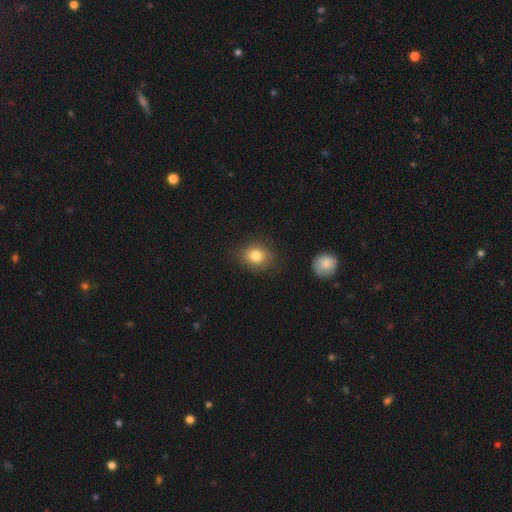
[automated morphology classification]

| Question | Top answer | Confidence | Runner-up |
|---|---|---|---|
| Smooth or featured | smooth | 82% | star or artifact (10%) |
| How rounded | round | 59% | in between (40%) |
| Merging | none | 83% | minor disturbance (12%) |